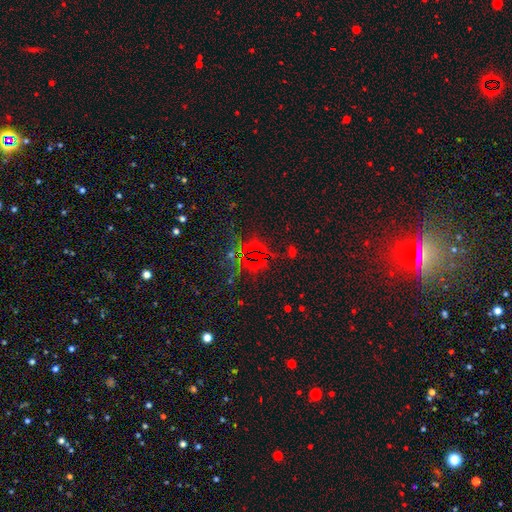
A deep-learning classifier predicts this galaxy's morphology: This appears to be a star or artifact, not a galaxy (77%).